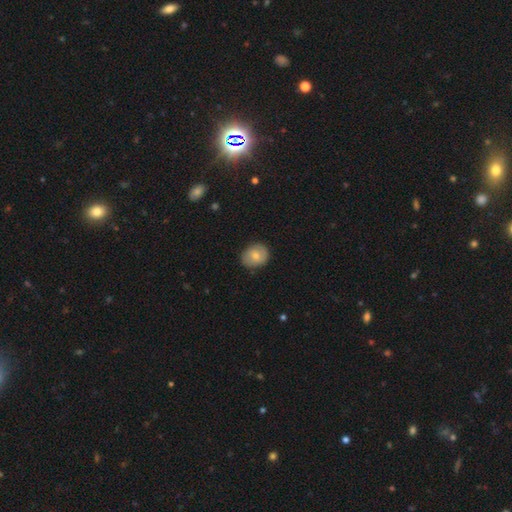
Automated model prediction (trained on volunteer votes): This is likely a smooth galaxy (68%). How rounded: likely round (63%). Merging: clearly none (82%).